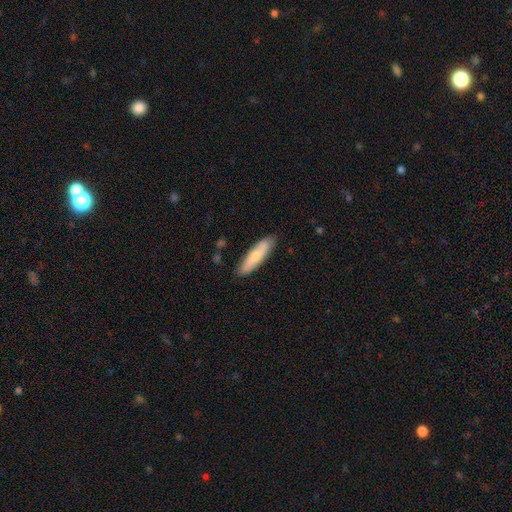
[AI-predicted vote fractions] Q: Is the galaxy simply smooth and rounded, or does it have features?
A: smooth — 70%.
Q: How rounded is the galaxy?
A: cigar-shaped — 68%.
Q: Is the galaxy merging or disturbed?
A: none — 85%.